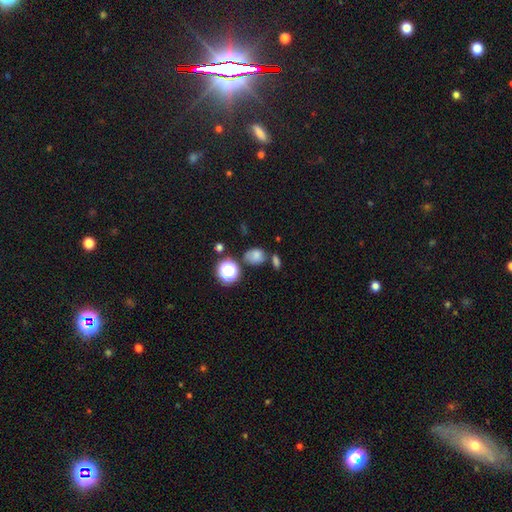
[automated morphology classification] type=smooth (72%); roundness=in between (54%); merging=none (58%).